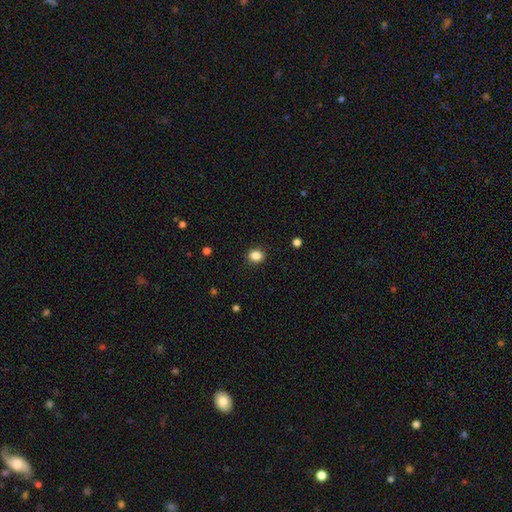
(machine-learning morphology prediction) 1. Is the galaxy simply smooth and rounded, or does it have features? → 86% smooth, 10% star or artifact, 4% featured or disk.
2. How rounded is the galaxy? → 65% round, 34% in between, 1% cigar-shaped.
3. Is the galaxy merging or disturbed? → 90% none, 7% minor disturbance, 2% major disturbance, 1% merger.